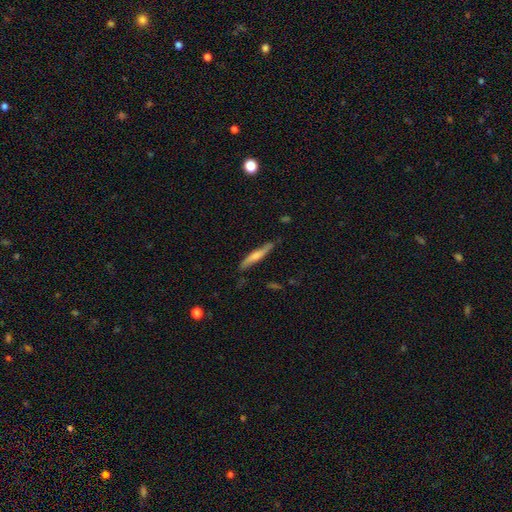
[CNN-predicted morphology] A smooth galaxy with no disk features (52%) that is cigar-shaped (92%).

Vote fractions:
- Smooth or featured? smooth: 52% / featured or disk: 43% / star or artifact: 5%
- How rounded? cigar-shaped: 92% / in between: 7% / round: 2%
- Merging? none: 79% / minor disturbance: 17% / major disturbance: 3% / merger: 2%